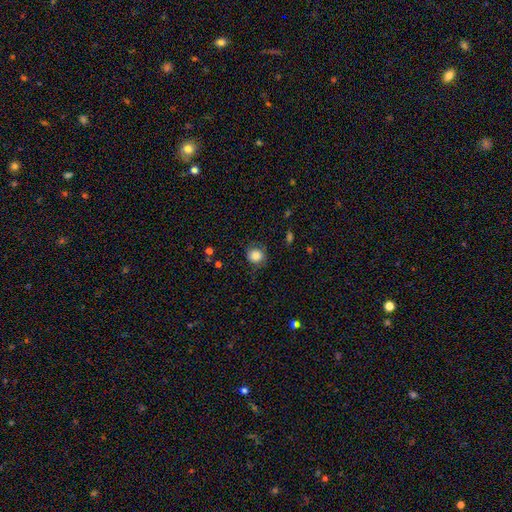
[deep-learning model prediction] Smooth or featured: smooth — 82% (star or artifact — 9%)
How rounded: round — 85% (in between — 14%)
Merging: none — 73% (minor disturbance — 18%)